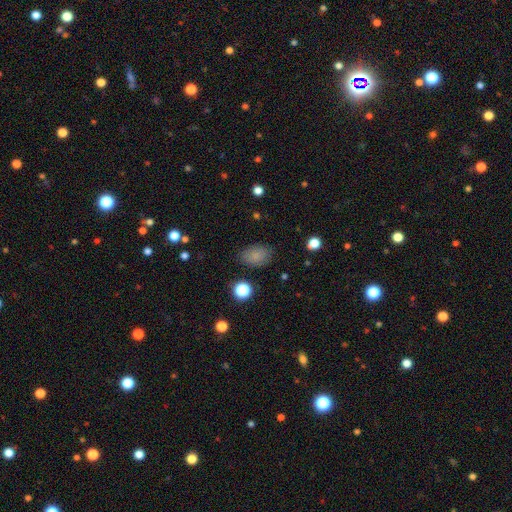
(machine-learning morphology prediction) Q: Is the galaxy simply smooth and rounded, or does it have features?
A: smooth — 82%.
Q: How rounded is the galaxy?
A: in between — 81%.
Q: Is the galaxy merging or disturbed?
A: none — 81%.